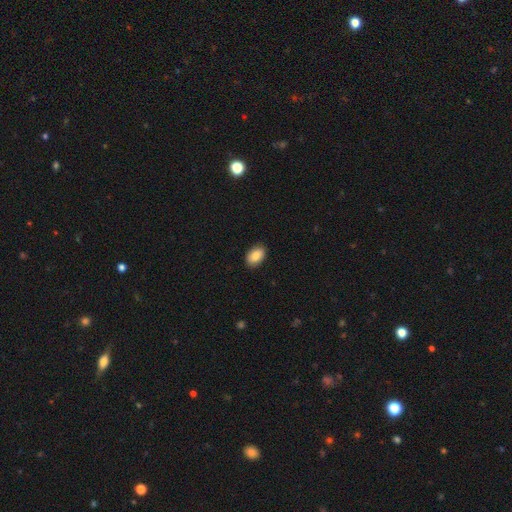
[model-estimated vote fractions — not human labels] smooth-or-featured: smooth: 85% | featured or disk: 8% | star or artifact: 7%
  how-rounded: in between: 89% | round: 9% | cigar-shaped: 1%
  merging: none: 88% | minor disturbance: 9% | major disturbance: 2% | merger: 1%